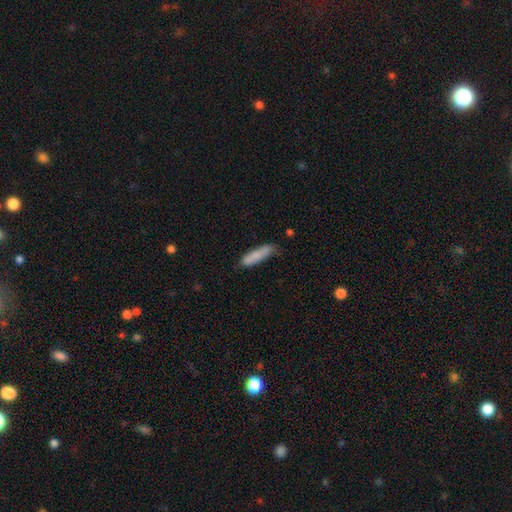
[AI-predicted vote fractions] Smooth or featured? smooth (82%)
How rounded? cigar-shaped (72%)
Merging? none (70%)